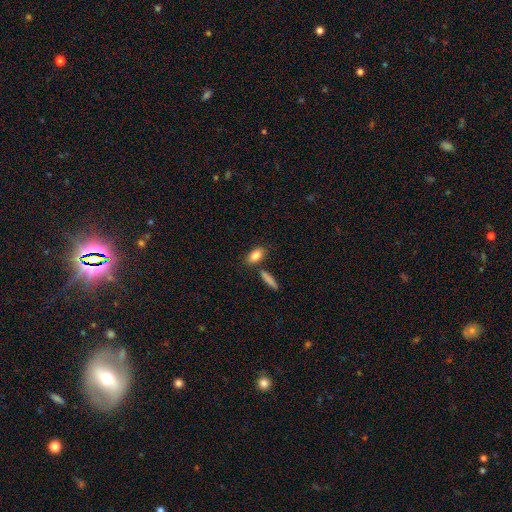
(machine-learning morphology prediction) This appears to be a smooth galaxy with no disk features (85%) that is in between round and cigar-shaped (84%). Merging: none (72%).